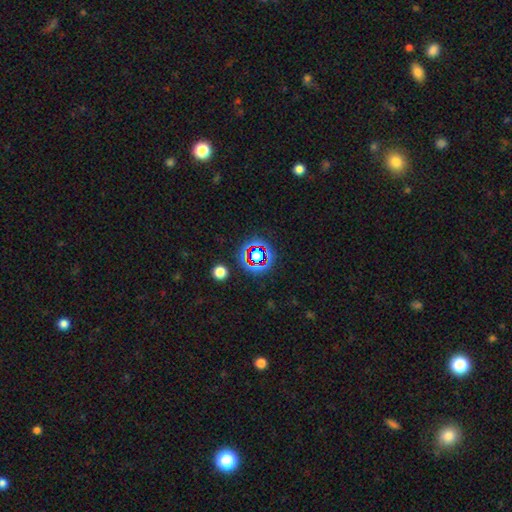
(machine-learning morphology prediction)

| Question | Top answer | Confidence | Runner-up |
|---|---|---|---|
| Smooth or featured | star or artifact | 64% | smooth (24%) |